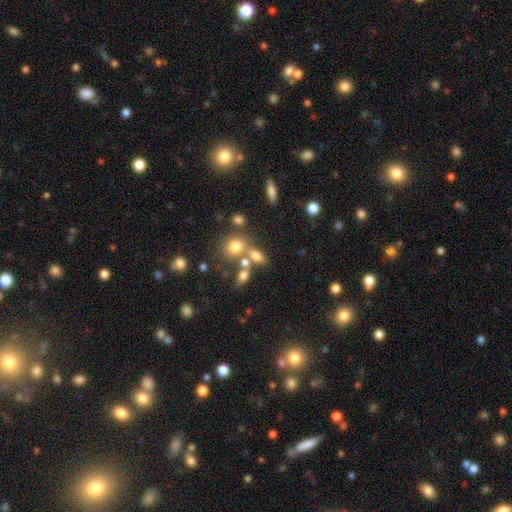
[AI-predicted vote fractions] Overall: smooth (71%). How rounded: in between (72%). Merging: none (45%; merger 36%).